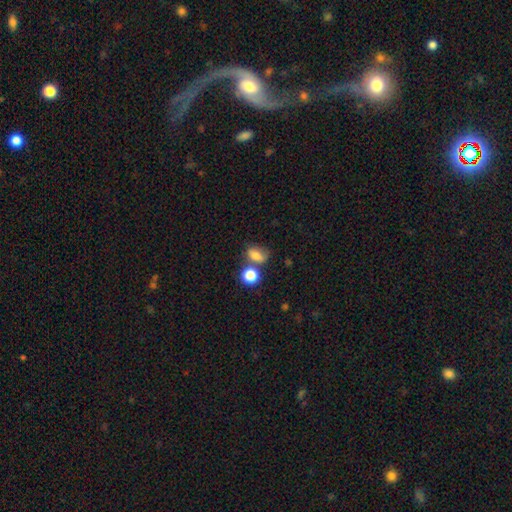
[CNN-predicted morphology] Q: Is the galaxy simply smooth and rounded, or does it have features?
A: smooth — 76%.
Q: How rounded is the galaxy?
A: in between — 65%.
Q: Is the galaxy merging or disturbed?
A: none — 50%.